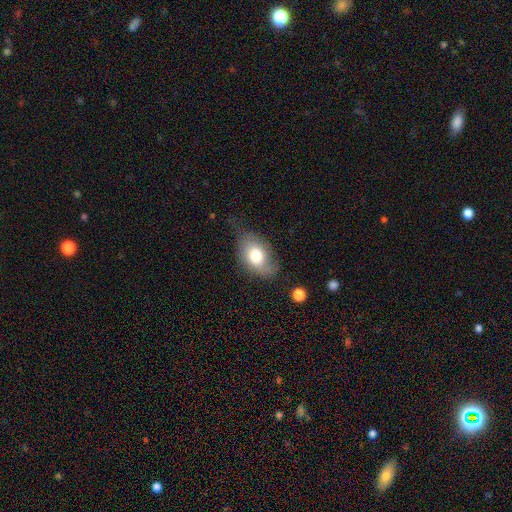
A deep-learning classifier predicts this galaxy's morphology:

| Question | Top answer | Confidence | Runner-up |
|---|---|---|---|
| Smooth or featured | smooth | 72% | featured or disk (20%) |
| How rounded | in between | 84% | round (14%) |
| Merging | none | 50% | minor disturbance (33%) |